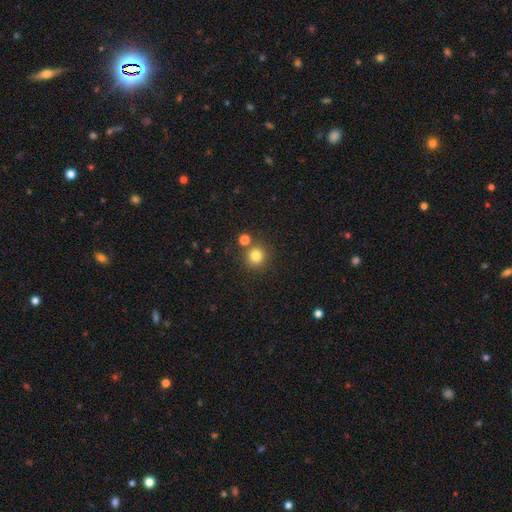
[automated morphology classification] A smooth galaxy with no disk features (81%) that is round (92%).

Vote fractions:
- Smooth or featured? smooth: 81% / star or artifact: 13% / featured or disk: 6%
- How rounded? round: 92% / in between: 7% / cigar-shaped: 1%
- Merging? none: 79% / merger: 11% / minor disturbance: 7% / major disturbance: 3%